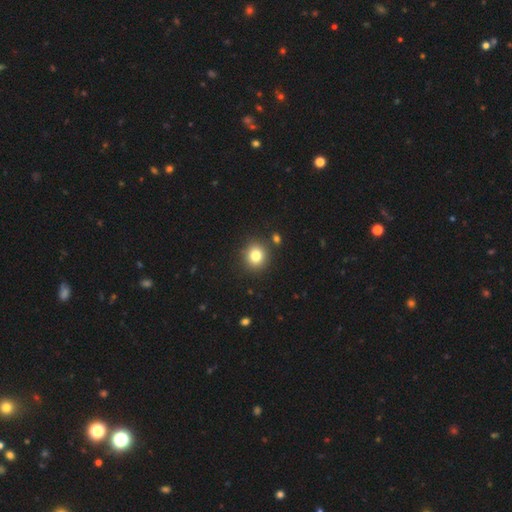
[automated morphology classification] smooth_or_featured: smooth (p=0.82) [alt: star or artifact p=0.12]
how_rounded: round (p=0.85) [alt: in between p=0.15]
merging: none (p=0.87) [alt: minor disturbance p=0.07]